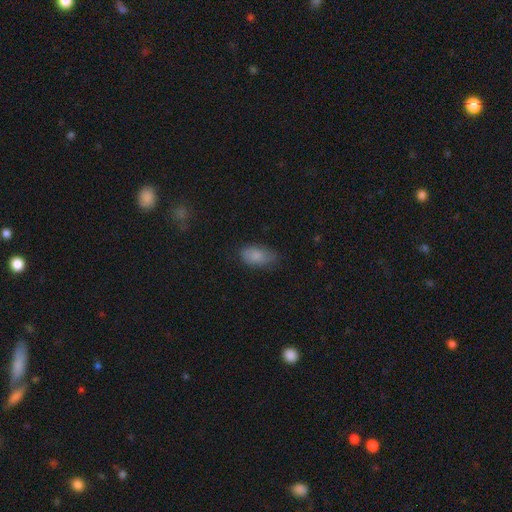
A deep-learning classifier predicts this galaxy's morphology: Smooth or featured: smooth — 83% (featured or disk — 9%)
How rounded: in between — 92% (round — 4%)
Merging: none — 68% (minor disturbance — 25%)